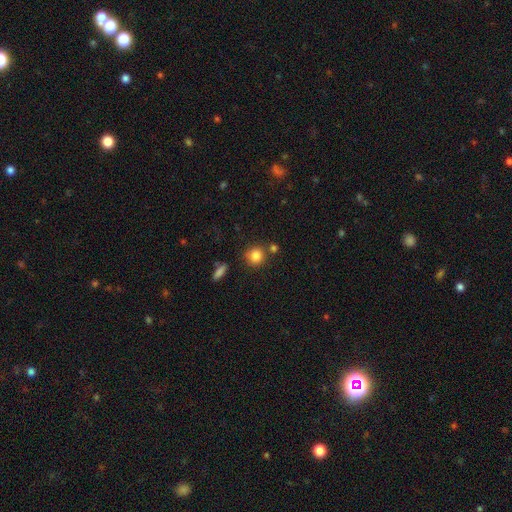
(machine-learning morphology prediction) smooth-or-featured: smooth: 83% | star or artifact: 11% | featured or disk: 6%
  how-rounded: round: 87% | in between: 12% | cigar-shaped: 1%
  merging: none: 74% | merger: 11% | minor disturbance: 11% | major disturbance: 3%